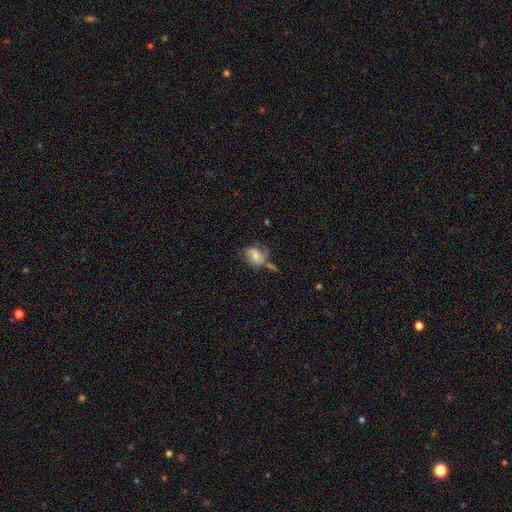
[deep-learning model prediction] Smooth or featured?
  - smooth: 49% *
  - featured or disk: 41%
  - star or artifact: 9%
Merging?
  - none: 42% *
  - minor disturbance: 27%
  - major disturbance: 17%
  - merger: 15%